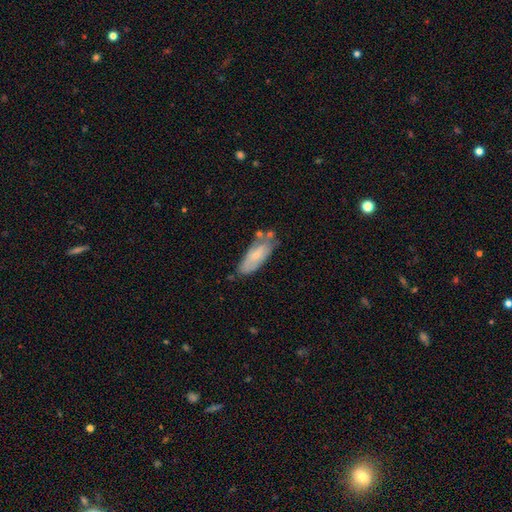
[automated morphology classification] smooth-or-featured: smooth: 57% | featured or disk: 36% | star or artifact: 6%
  how-rounded: in between: 73% | cigar-shaped: 25% | round: 2%
  merging: none: 54% | minor disturbance: 28% | merger: 10% | major disturbance: 8%